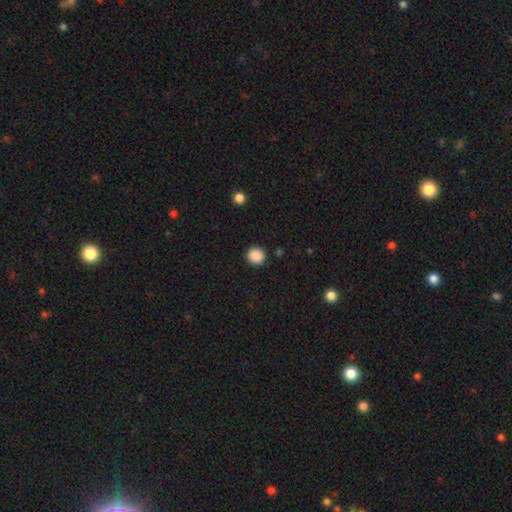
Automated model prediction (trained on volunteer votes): The model was most divided on "how rounded": round: 88%, in between: 11%, cigar-shaped: 1%. More confident: merging — none (91%); smooth or featured — smooth (88%).